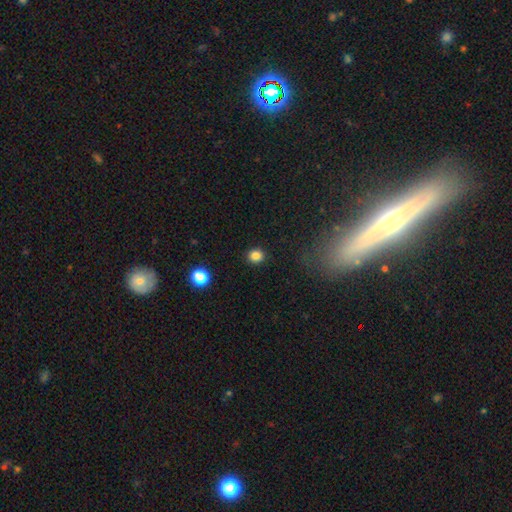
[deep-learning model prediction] smooth-or-featured: smooth: 84% | star or artifact: 12% | featured or disk: 4%
  how-rounded: round: 86% | in between: 13% | cigar-shaped: 1%
  merging: none: 91% | minor disturbance: 6% | major disturbance: 2% | merger: 1%